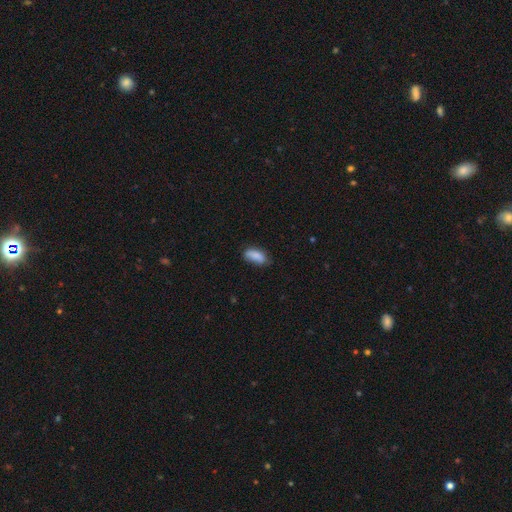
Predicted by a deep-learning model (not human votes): Smooth or featured? smooth (86%)
How rounded? in between (84%)
Merging? none (64%)